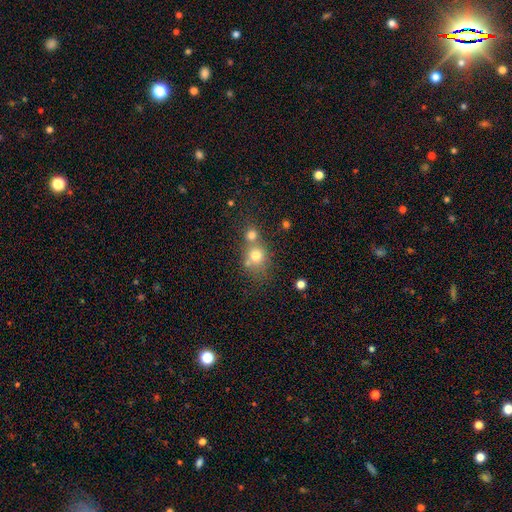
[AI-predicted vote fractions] Smooth or featured? Predicted: smooth (p=0.72). How rounded? Predicted: round (p=0.71). Merging? Predicted: merger (p=0.49).